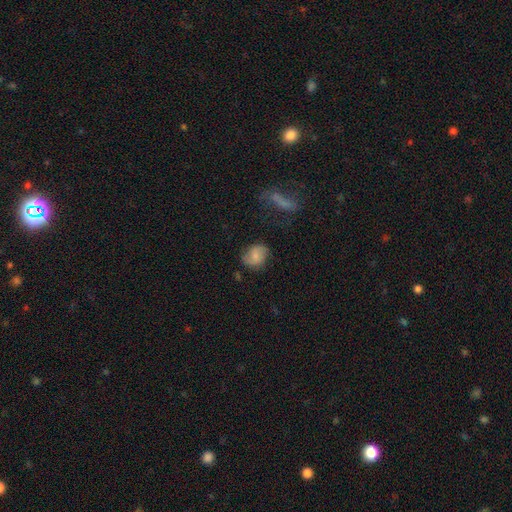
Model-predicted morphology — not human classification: smooth_or_featured: smooth (p=0.59) [alt: featured or disk p=0.32]
how_rounded: round (p=0.51) [alt: in between p=0.47]
merging: none (p=0.69) [alt: minor disturbance p=0.21]